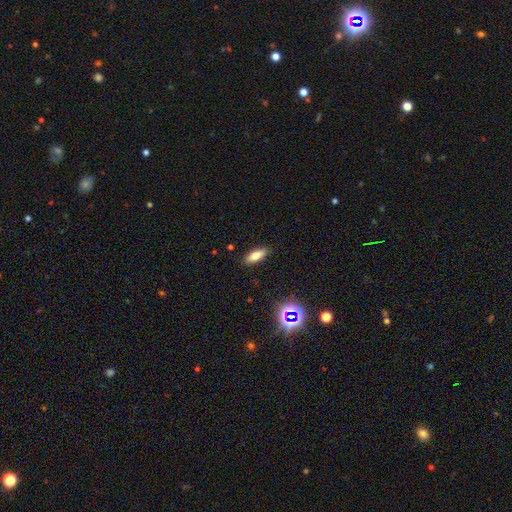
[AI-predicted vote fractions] Smooth or featured? smooth (73%)
How rounded? in between (72%)
Merging? none (88%)